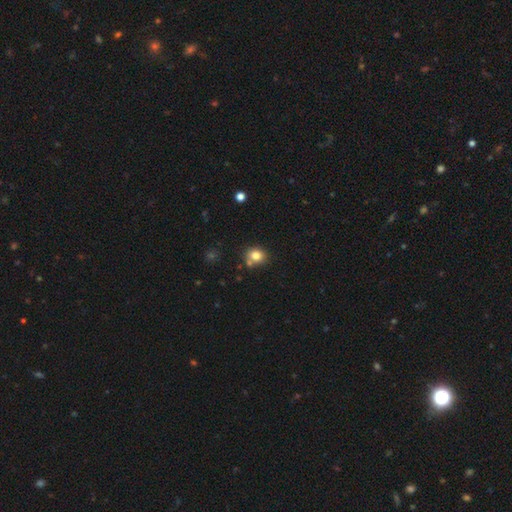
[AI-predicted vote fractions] smooth 80%, star or artifact 12%, featured or disk 8%. Down the decision tree: how rounded — round (72%); merging — none (68%).